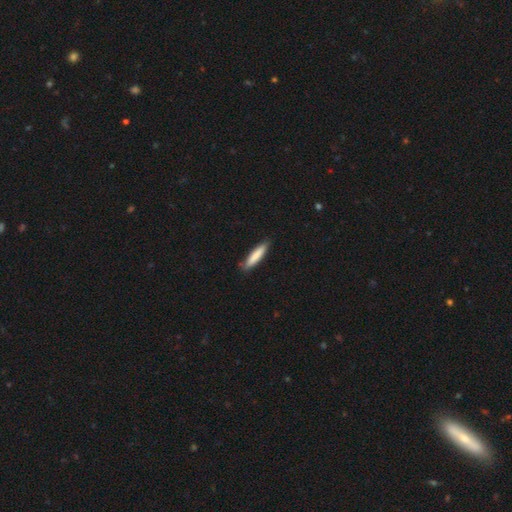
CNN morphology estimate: This appears to be a smooth galaxy with no disk features (83%) that is cigar-shaped (85%). Merging: none (85%).